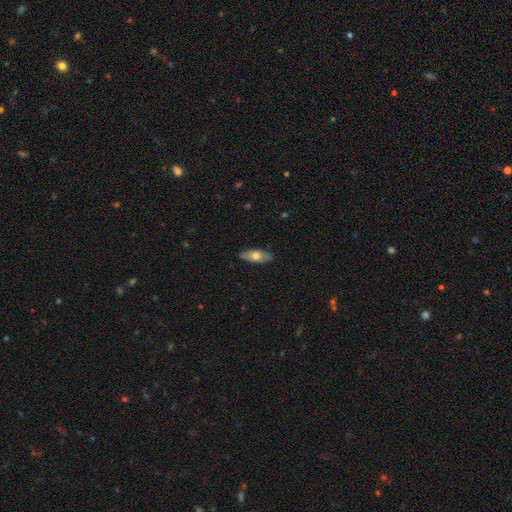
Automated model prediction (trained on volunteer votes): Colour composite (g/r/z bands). It shows a smooth galaxy with no disk features (62%) that is in between round and cigar-shaped (79%). Merging: none (86%).